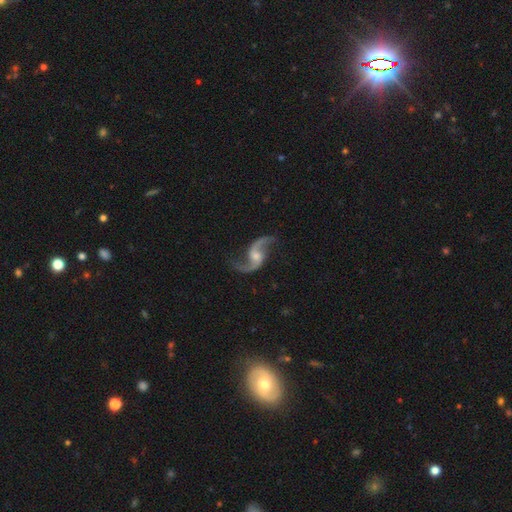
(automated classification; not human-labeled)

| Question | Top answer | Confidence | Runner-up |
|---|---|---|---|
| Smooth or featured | featured or disk | 92% | star or artifact (5%) |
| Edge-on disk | no | 97% | yes (3%) |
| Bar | no | 49% | weak (40%) |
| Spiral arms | yes | 98% | no (2%) |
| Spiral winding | loose | 85% | medium (13%) |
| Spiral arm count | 2 | 94% | 1 (1%) |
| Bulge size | moderate | 42% | small (38%) |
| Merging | none | 80% | minor disturbance (12%) |